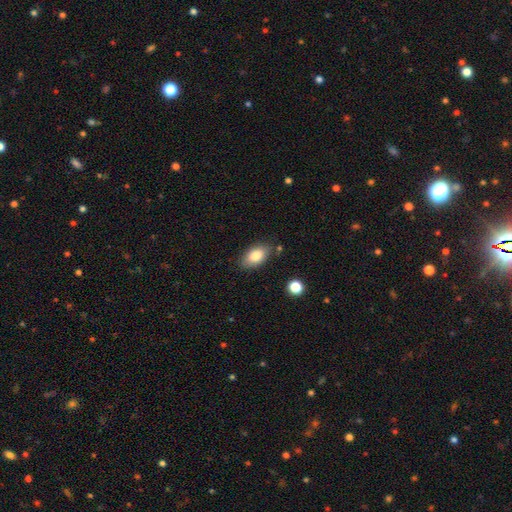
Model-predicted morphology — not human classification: Smooth or featured?
  - smooth: 82% *
  - featured or disk: 10%
  - star or artifact: 7%
How rounded?
  - in between: 92% *
  - round: 5%
  - cigar-shaped: 3%
Merging?
  - none: 78% *
  - minor disturbance: 15%
  - merger: 4%
  - major disturbance: 3%